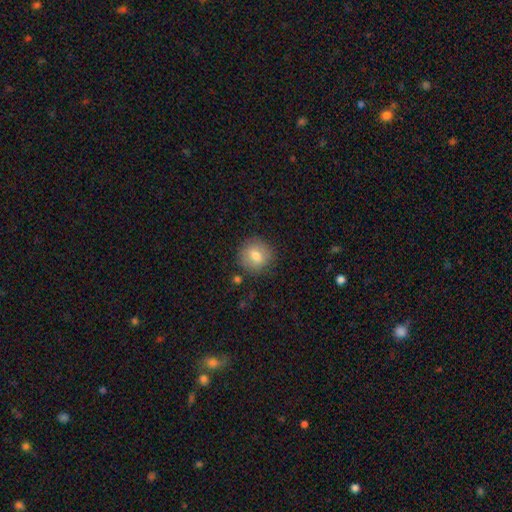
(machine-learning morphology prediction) A smooth galaxy with no disk features (76%) that is round (90%).

Vote fractions:
- Smooth or featured? smooth: 76% / featured or disk: 15% / star or artifact: 9%
- How rounded? round: 90% / in between: 9% / cigar-shaped: 1%
- Merging? none: 84% / minor disturbance: 10% / major disturbance: 3% / merger: 2%